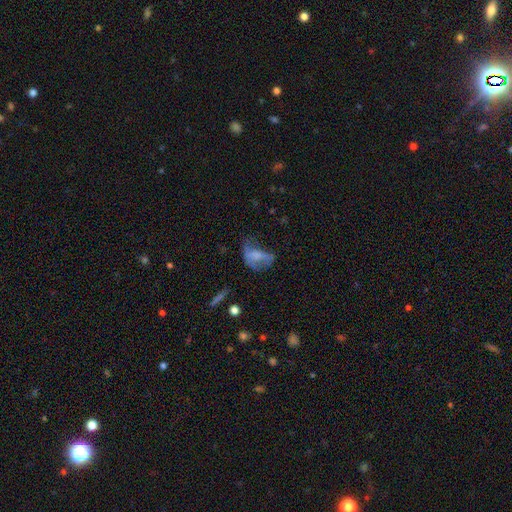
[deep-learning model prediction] This is possibly a smooth galaxy (52%). How rounded: clearly in between (82%). Merging: possibly major disturbance (46%).